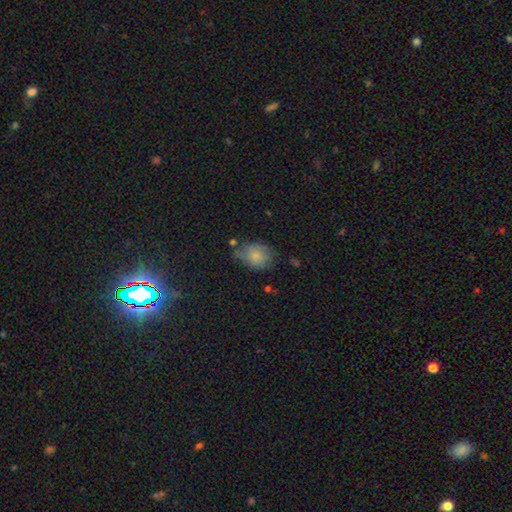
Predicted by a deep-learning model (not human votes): smooth-or-featured: smooth: 72% | featured or disk: 19% | star or artifact: 9%
  how-rounded: in between: 69% | round: 30% | cigar-shaped: 1%
  merging: none: 48% | minor disturbance: 34% | major disturbance: 12% | merger: 5%